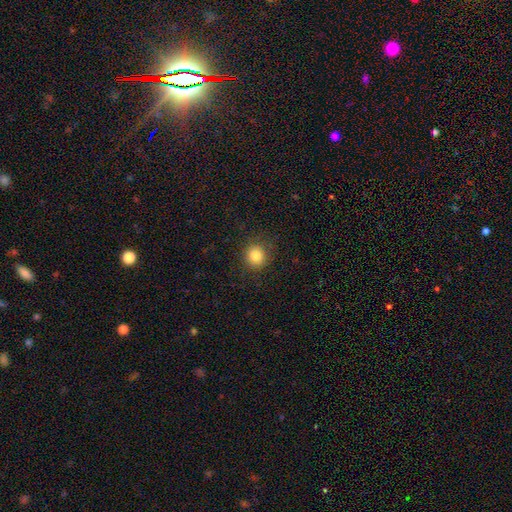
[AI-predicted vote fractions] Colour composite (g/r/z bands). It shows a smooth galaxy with no disk features (83%) that is round (89%). Merging: none (88%).